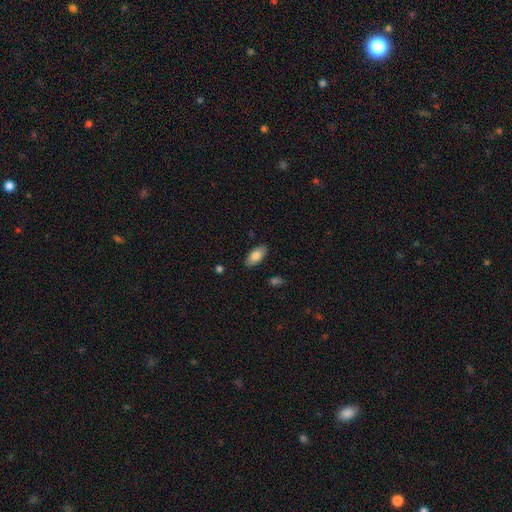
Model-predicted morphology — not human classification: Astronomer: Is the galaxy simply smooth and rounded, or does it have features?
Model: smooth — 81%.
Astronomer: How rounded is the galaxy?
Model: in between — 91%.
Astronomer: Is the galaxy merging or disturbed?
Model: none — 87%.